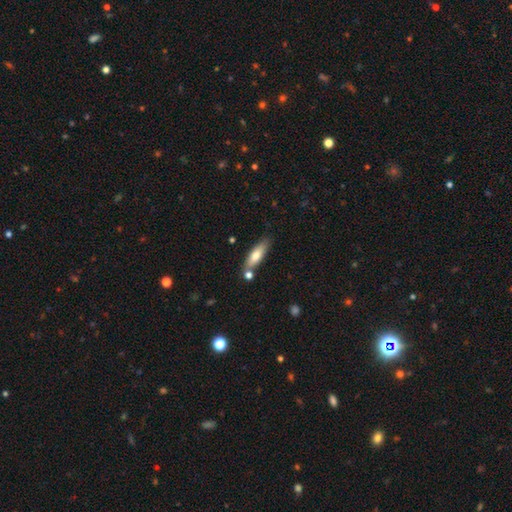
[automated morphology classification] This appears to be a smooth galaxy with no disk features (68%) that is cigar-shaped (57%). Merging: none (70%).